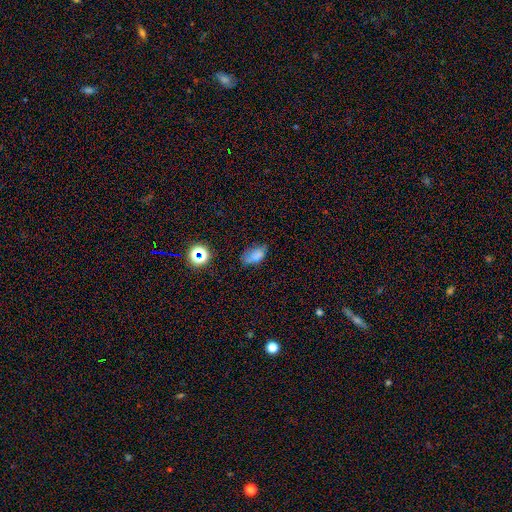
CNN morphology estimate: This is likely a smooth galaxy (71%). How rounded: clearly in between (89%). Merging: possibly none (57%).